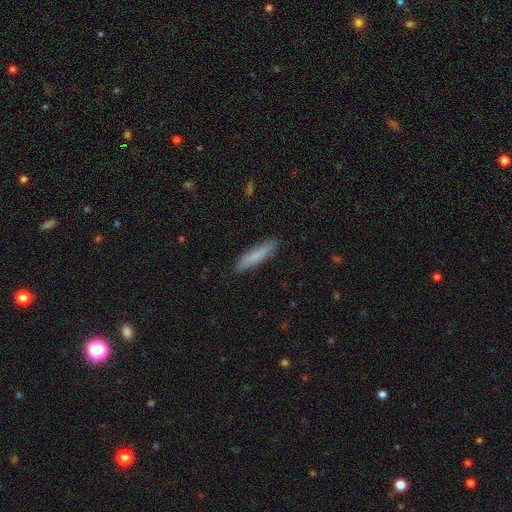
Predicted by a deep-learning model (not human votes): Smooth or featured?
  - smooth: 79% *
  - featured or disk: 15%
  - star or artifact: 6%
How rounded?
  - cigar-shaped: 87% *
  - in between: 12%
  - round: 1%
Merging?
  - none: 88% *
  - minor disturbance: 9%
  - major disturbance: 2%
  - merger: 1%